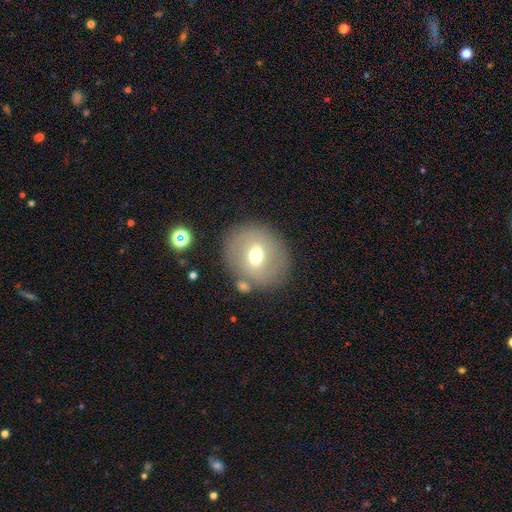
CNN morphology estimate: smooth 54%, featured or disk 35%, star or artifact 11%. Down the decision tree: how rounded — round (80%); merging — none (81%).